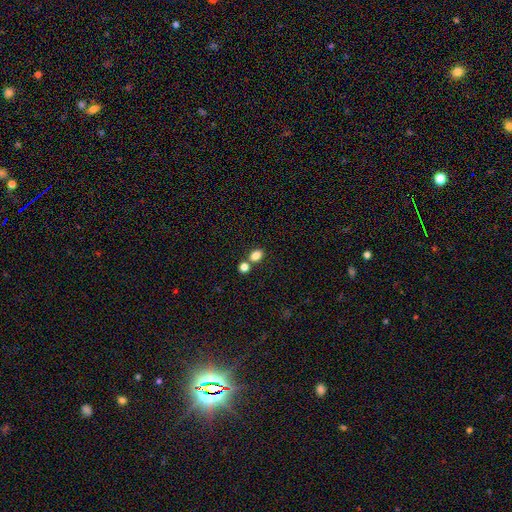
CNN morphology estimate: A smooth galaxy with no disk features (82%) that is in between round and cigar-shaped (71%). Merging: none (60%).